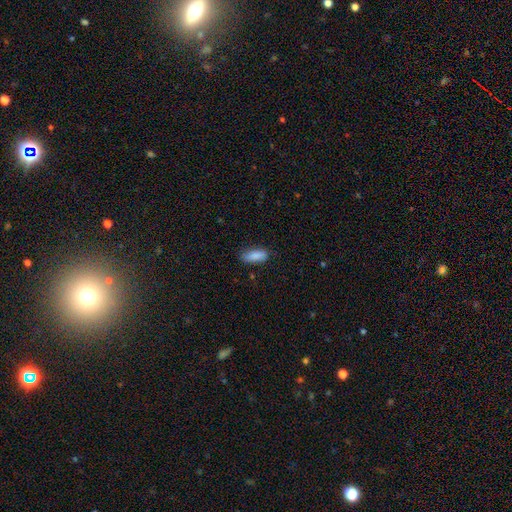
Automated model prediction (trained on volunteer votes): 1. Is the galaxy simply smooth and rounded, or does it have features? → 87% smooth, 7% star or artifact, 6% featured or disk.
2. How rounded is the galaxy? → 77% in between, 21% cigar-shaped, 2% round.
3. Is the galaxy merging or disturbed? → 77% none, 18% minor disturbance, 3% major disturbance, 1% merger.